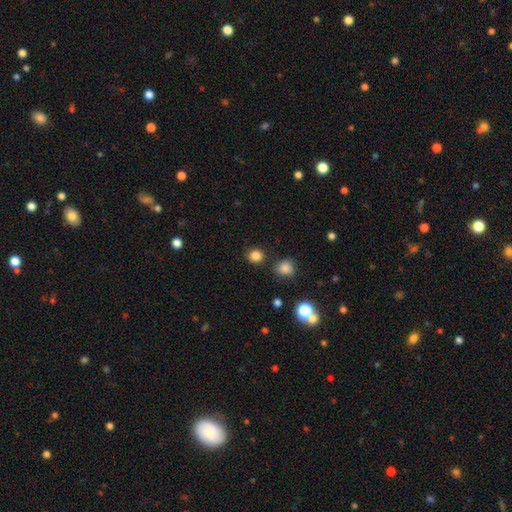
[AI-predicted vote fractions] This is clearly a smooth galaxy (83%). How rounded: clearly round (85%). Merging: clearly none (84%).